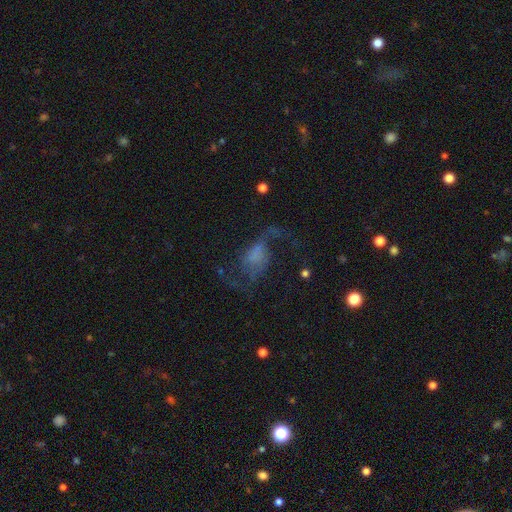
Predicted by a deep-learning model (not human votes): This is possibly a featured or disk galaxy (60%). It is clearly not viewed edge-on (96%). Bar: likely no (68%). Spiral arm pattern: likely yes (75%). Central bulge: possibly none (57%). Merging: marginally major disturbance (41%).